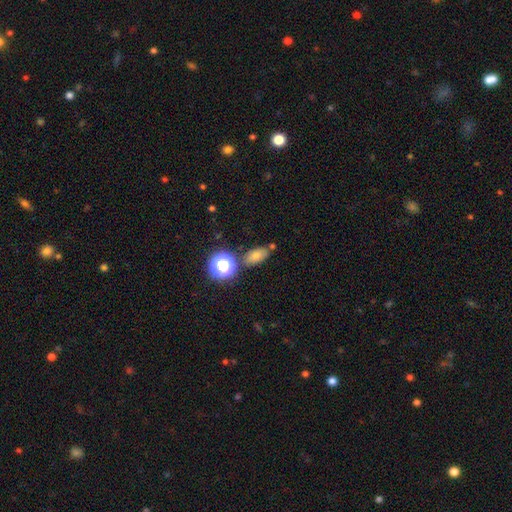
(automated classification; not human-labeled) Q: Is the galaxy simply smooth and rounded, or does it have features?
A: smooth — 71%.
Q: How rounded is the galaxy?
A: in between — 80%.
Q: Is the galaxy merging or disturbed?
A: none — 71%.